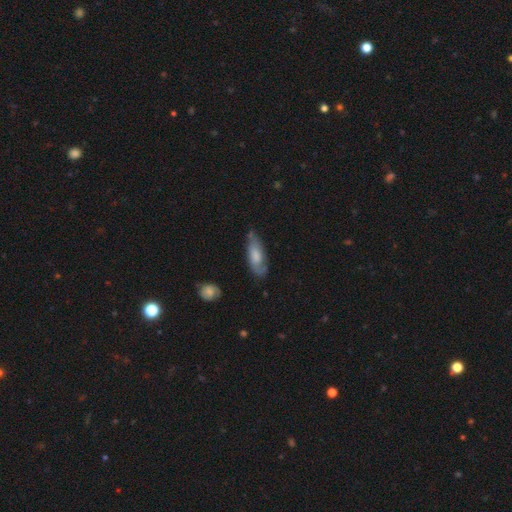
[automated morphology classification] A smooth galaxy with no disk features (55%) that is in between round and cigar-shaped (72%). Merging: none (59%).